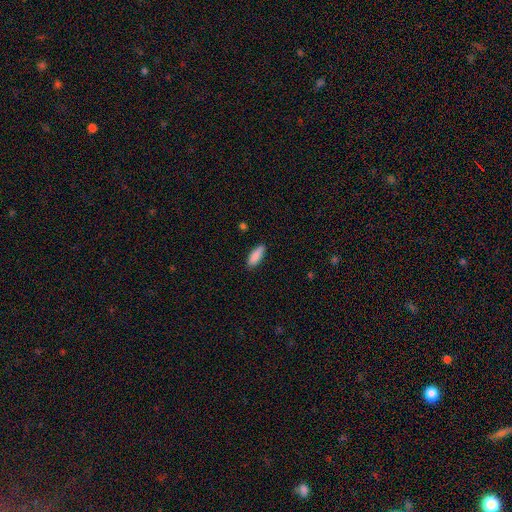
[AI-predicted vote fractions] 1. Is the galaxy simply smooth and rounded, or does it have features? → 89% smooth, 6% star or artifact, 5% featured or disk.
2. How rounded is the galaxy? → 61% in between, 37% cigar-shaped, 2% round.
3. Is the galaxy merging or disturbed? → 84% none, 12% minor disturbance, 2% major disturbance, 1% merger.